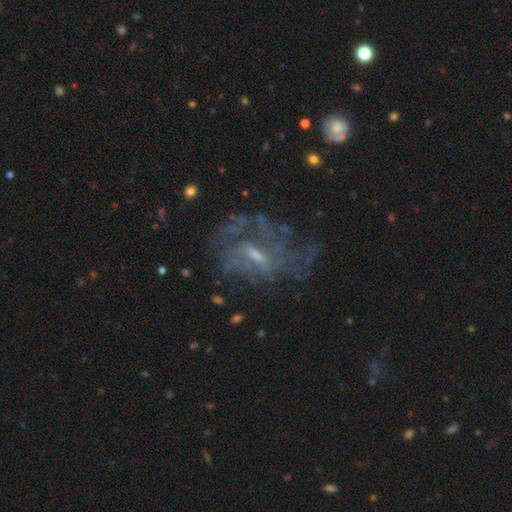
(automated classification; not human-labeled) Smooth or featured?
  - featured or disk: 76% *
  - smooth: 12%
  - star or artifact: 12%
Edge-on disk?
  - no: 95% *
  - yes: 5%
Bar?
  - weak: 52% *
  - no: 33%
  - strong: 16%
Spiral arms?
  - yes: 67% *
  - no: 33%
Bulge size?
  - small: 46% *
  - moderate: 37%
  - none: 13%
  - large: 3%
  - dominant: 1%
Merging?
  - none: 50% *
  - major disturbance: 29%
  - minor disturbance: 18%
  - merger: 3%